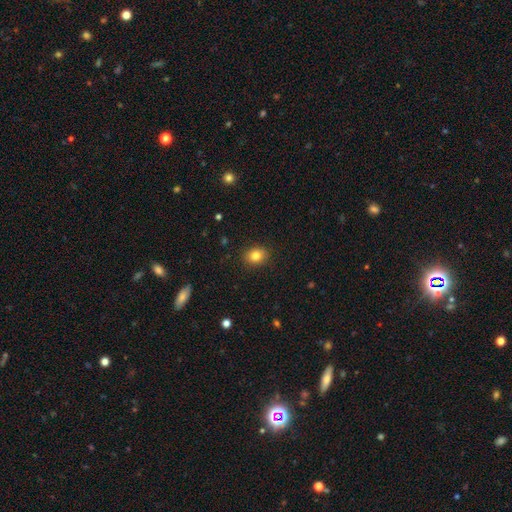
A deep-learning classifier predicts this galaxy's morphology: The model was most divided on "how rounded": round: 51%, in between: 48%, cigar-shaped: 1%. More confident: merging — none (89%); smooth or featured — smooth (83%).